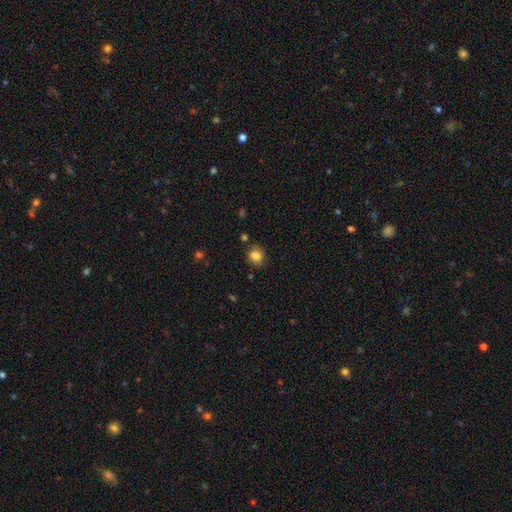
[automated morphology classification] This is clearly a smooth galaxy (83%). How rounded: clearly round (81%). Merging: clearly none (85%).